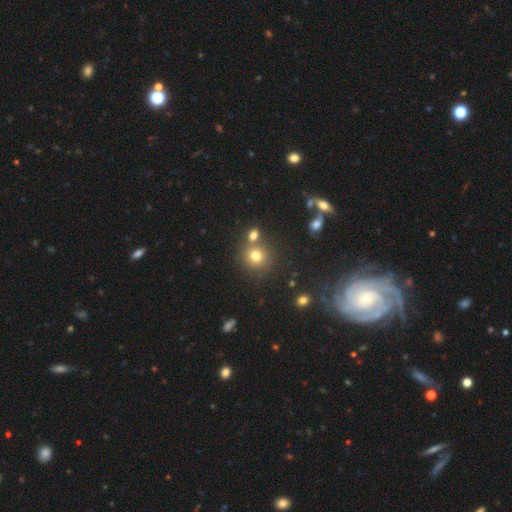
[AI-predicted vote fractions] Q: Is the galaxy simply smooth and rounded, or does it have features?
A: smooth — 75%.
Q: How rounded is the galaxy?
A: round — 89%.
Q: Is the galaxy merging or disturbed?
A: none — 66%.